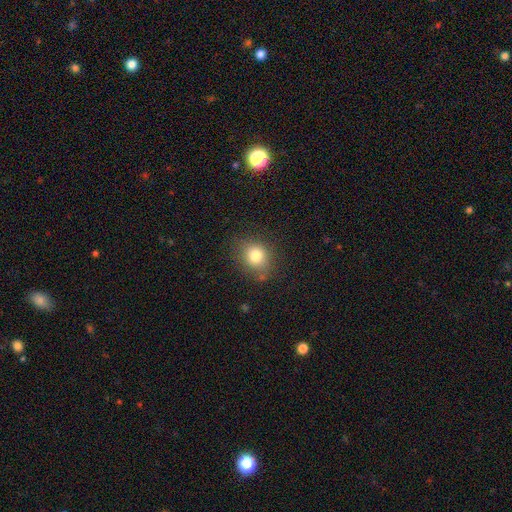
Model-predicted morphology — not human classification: This is likely a smooth galaxy (79%). How rounded: likely round (73%). Merging: likely none (78%).